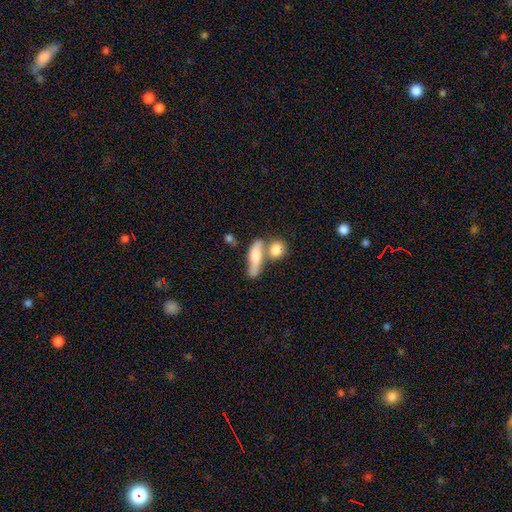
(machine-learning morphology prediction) smooth 59%, featured or disk 32%, star or artifact 8%. Down the decision tree: how rounded — cigar-shaped (48%); merging — none (46%).